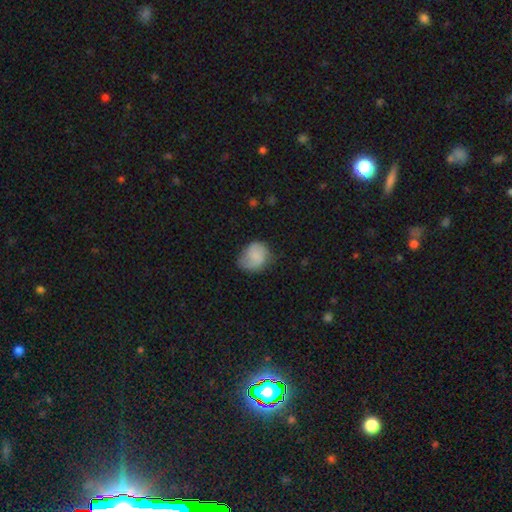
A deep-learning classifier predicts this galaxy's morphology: Overall: smooth (66%; featured or disk 27%). How rounded: round (58%; in between 41%). Merging: none (58%; minor disturbance 30%).